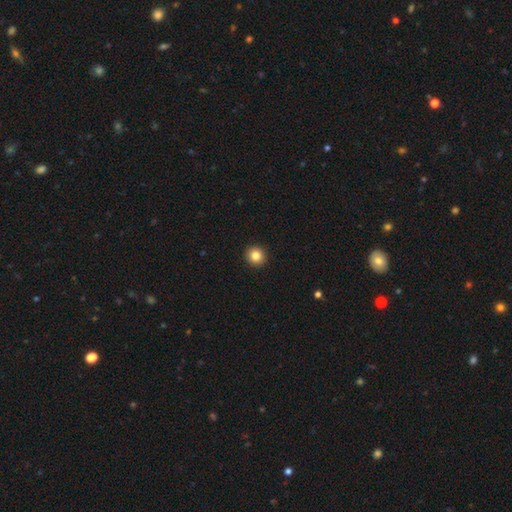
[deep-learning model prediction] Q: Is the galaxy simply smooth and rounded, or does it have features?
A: smooth — 84%.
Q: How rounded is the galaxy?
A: round — 93%.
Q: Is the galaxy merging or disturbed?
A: none — 93%.